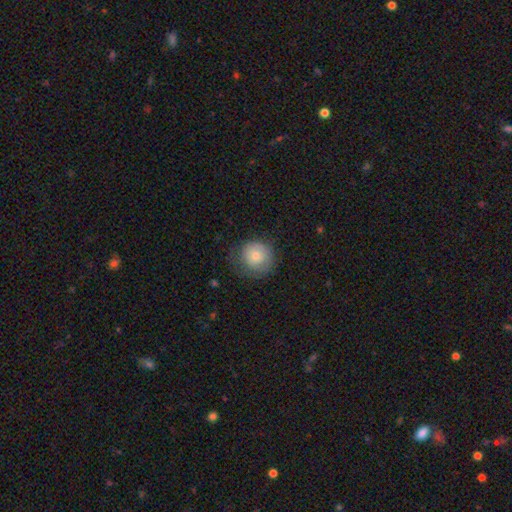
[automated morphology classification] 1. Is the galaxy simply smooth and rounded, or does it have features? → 72% smooth, 20% featured or disk, 8% star or artifact.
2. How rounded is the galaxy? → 90% round, 9% in between, 1% cigar-shaped.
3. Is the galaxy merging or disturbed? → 65% none, 24% minor disturbance, 11% major disturbance, 1% merger.